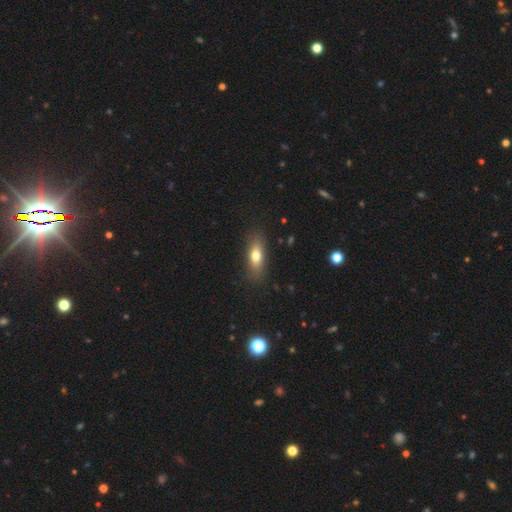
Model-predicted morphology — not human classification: Smooth or featured?
  - smooth: 72% *
  - featured or disk: 20%
  - star or artifact: 8%
How rounded?
  - in between: 69% *
  - cigar-shaped: 26%
  - round: 5%
Merging?
  - none: 84% *
  - minor disturbance: 12%
  - major disturbance: 3%
  - merger: 1%